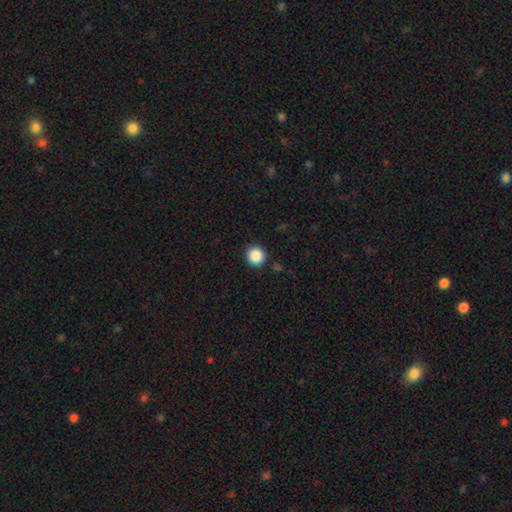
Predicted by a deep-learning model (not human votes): smooth-or-featured: smooth: 87% | star or artifact: 10% | featured or disk: 3%
  how-rounded: round: 94% | in between: 5% | cigar-shaped: 1%
  merging: none: 91% | minor disturbance: 6% | major disturbance: 2% | merger: 1%